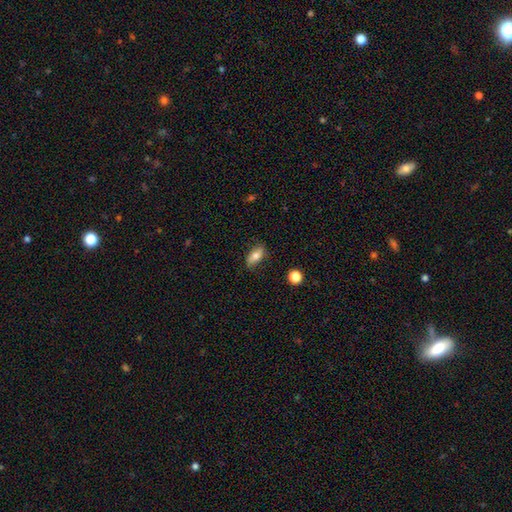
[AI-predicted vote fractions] A smooth galaxy with no disk features (75%) that is in between round and cigar-shaped (84%). Merging: none (78%).